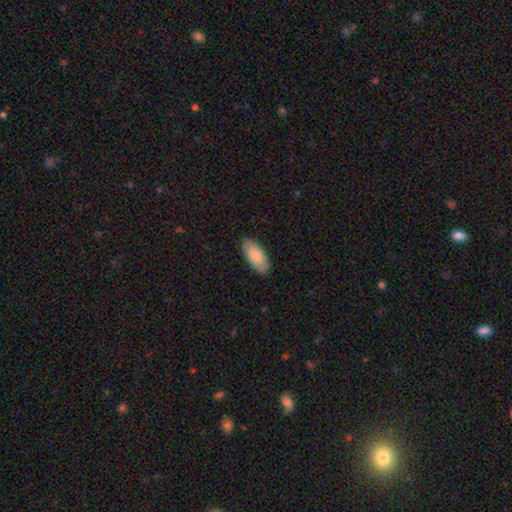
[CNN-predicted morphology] Smooth or featured? smooth (81%)
How rounded? in between (89%)
Merging? none (87%)